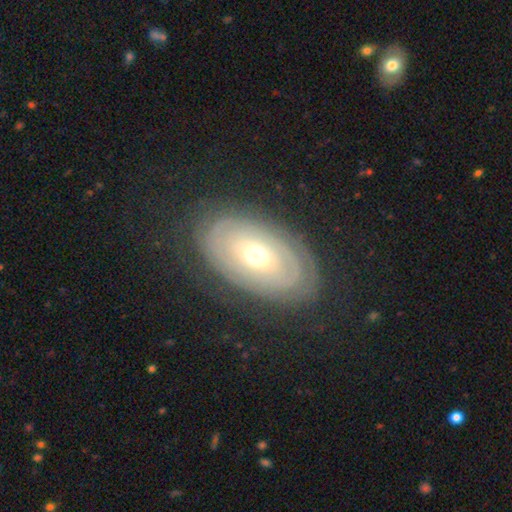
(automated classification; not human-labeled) Smooth or featured: featured or disk — 73% (smooth — 20%)
Edge-on disk: no — 92% (yes — 8%)
Bar: no — 76% (weak — 18%)
Spiral arms: yes — 72% (no — 28%)
Bulge size: moderate — 60% (small — 35%)
Merging: none — 82% (minor disturbance — 11%)